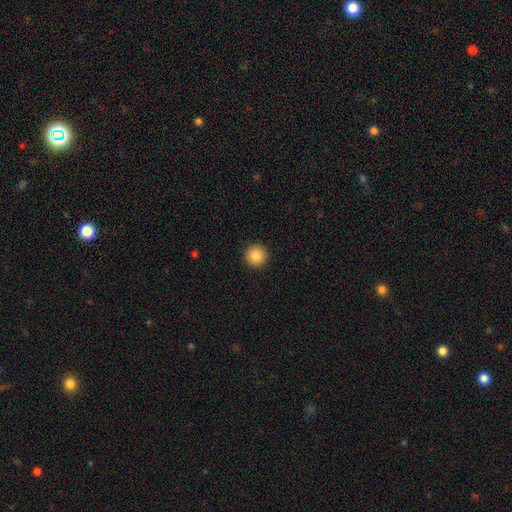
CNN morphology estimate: Smooth or featured?
  - smooth: 85% *
  - star or artifact: 9%
  - featured or disk: 5%
How rounded?
  - round: 96% *
  - in between: 3%
  - cigar-shaped: 1%
Merging?
  - none: 94% *
  - minor disturbance: 4%
  - major disturbance: 1%
  - merger: 1%